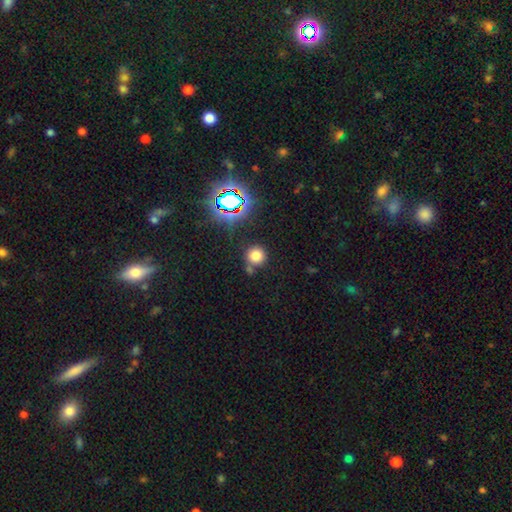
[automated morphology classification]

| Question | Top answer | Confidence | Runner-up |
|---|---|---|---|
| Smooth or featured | smooth | 74% | star or artifact (19%) |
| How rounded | round | 93% | in between (6%) |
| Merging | none | 73% | merger (11%) |